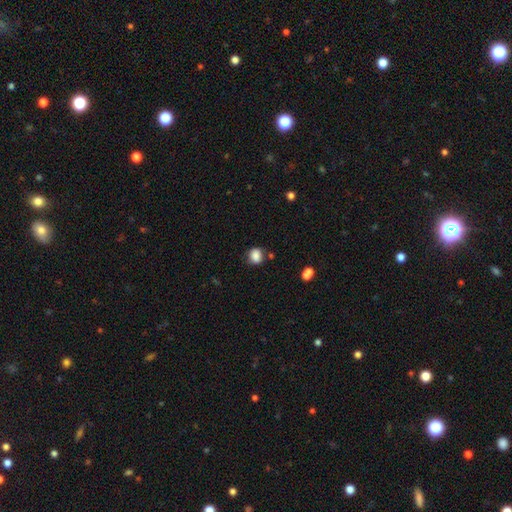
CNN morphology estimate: smooth 86%, star or artifact 10%, featured or disk 5%. Down the decision tree: how rounded — round (63%); merging — none (73%).